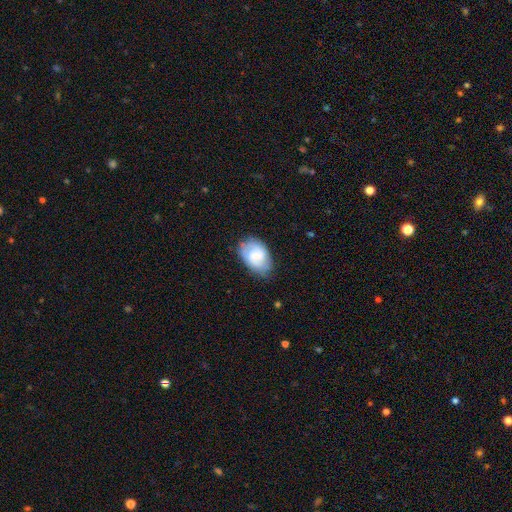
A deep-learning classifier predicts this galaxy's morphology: type=featured or disk (48%); merging=none (65%).